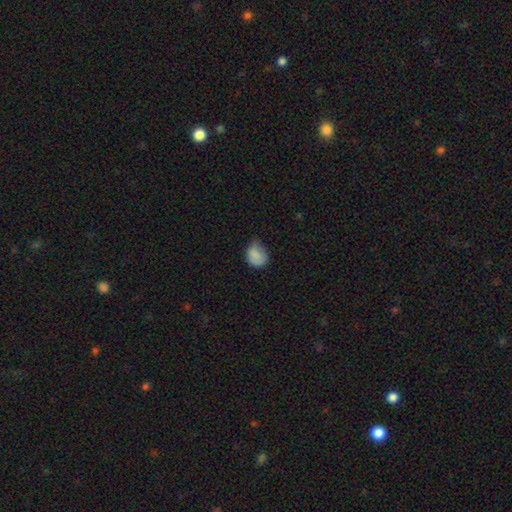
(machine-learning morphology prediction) Smooth or featured? Predicted: smooth (p=0.83). How rounded? Predicted: in between (p=0.53). Merging? Predicted: minor disturbance (p=0.46).